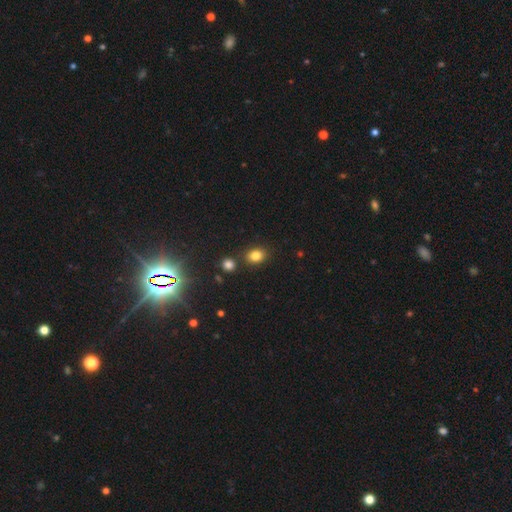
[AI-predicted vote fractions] This appears to be a smooth galaxy with no disk features (81%) that is in between round and cigar-shaped (54%). Merging: none (80%).